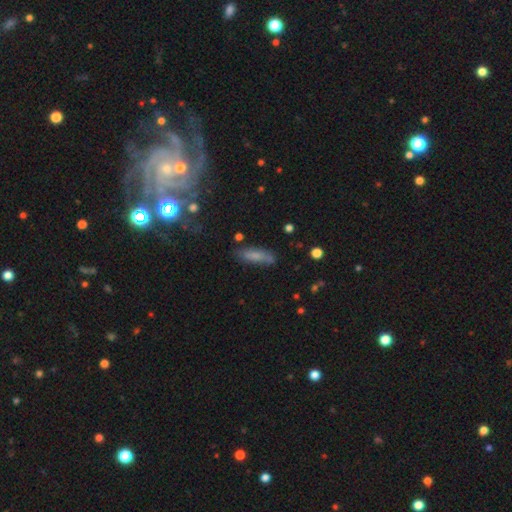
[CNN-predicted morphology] The model was most divided on "how rounded": cigar-shaped: 57%, in between: 41%, round: 3%. More confident: merging — none (74%); smooth or featured — smooth (72%).